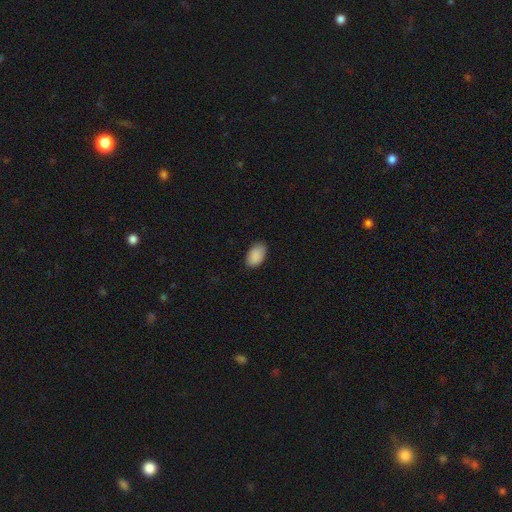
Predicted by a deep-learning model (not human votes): Overall: smooth (89%). How rounded: in between (93%). Merging: none (81%).